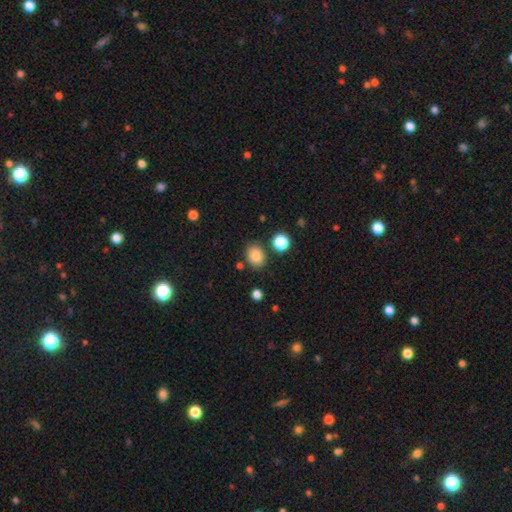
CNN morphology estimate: Overall: smooth (85%). How rounded: in between (58%; round 41%). Merging: none (80%).